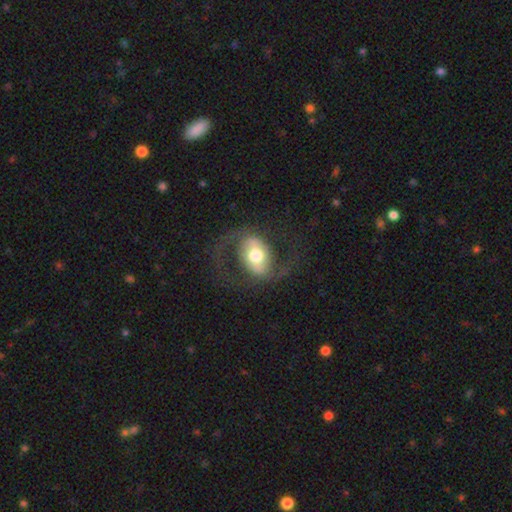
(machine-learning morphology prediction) This appears to be a featured or disk galaxy (71%) with a strong bar (35%), 2 (89%) medium (45%) spiral arms (78%) and a moderate central bulge (62%). Merging: none (69%).